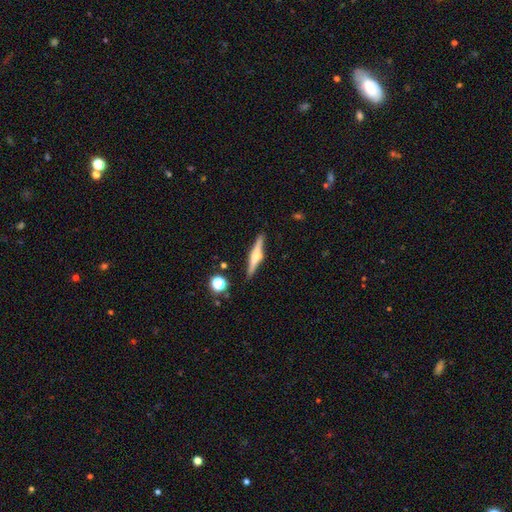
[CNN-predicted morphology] featured or disk 65%, smooth 29%, star or artifact 7%. Down the decision tree: edge-on disk — yes (97%); edge-on bulge — rounded (77%); merging — none (88%).